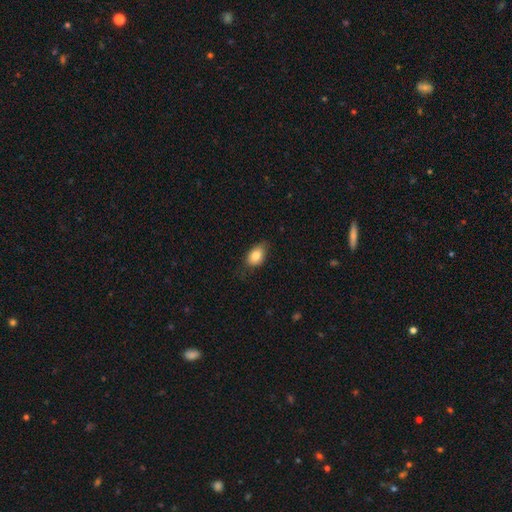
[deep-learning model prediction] Smooth or featured: smooth — 83% (featured or disk — 9%)
How rounded: in between — 82% (round — 16%)
Merging: none — 67% (minor disturbance — 26%)